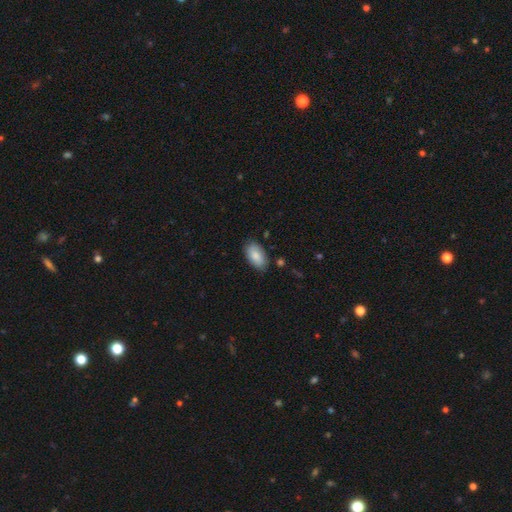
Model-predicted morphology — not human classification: A smooth galaxy with no disk features (85%) that is in between round and cigar-shaped (95%).

Vote fractions:
- Smooth or featured? smooth: 85% / featured or disk: 9% / star or artifact: 6%
- How rounded? in between: 95% / round: 3% / cigar-shaped: 2%
- Merging? none: 81% / minor disturbance: 15% / major disturbance: 3% / merger: 2%